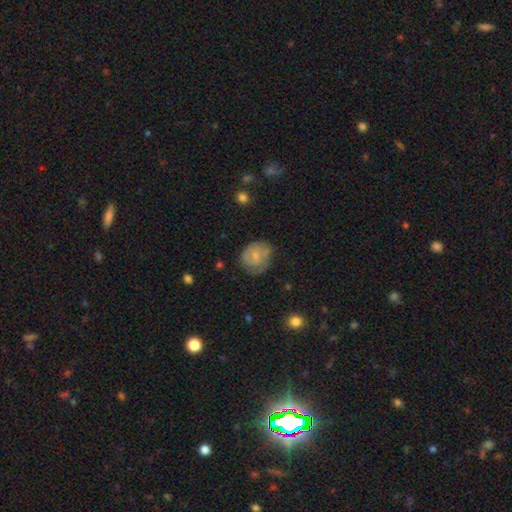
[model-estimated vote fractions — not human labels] The model was most divided on "merging": none: 56%, minor disturbance: 30%, major disturbance: 12%, merger: 3%. More confident: how rounded — round (70%); smooth or featured — smooth (61%).